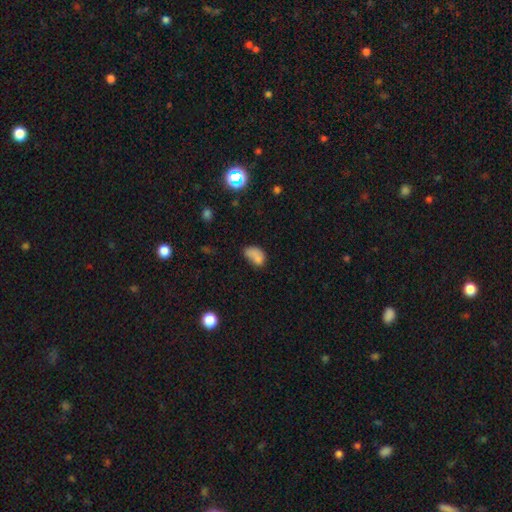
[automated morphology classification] Smooth or featured? smooth (75%)
How rounded? in between (85%)
Merging? none (38%)